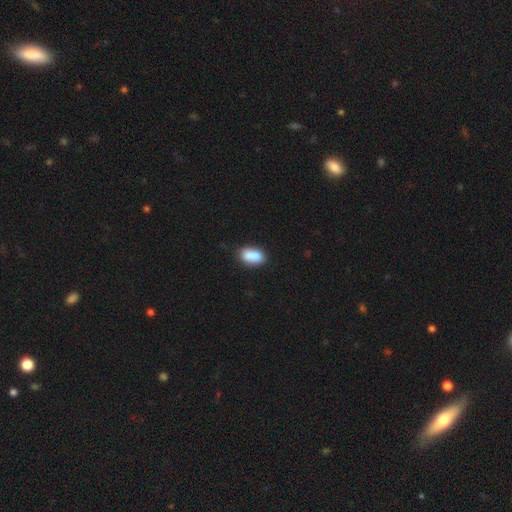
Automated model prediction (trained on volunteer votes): smooth 82%, featured or disk 10%, star or artifact 8%. Down the decision tree: how rounded — in between (88%); merging — none (56%).